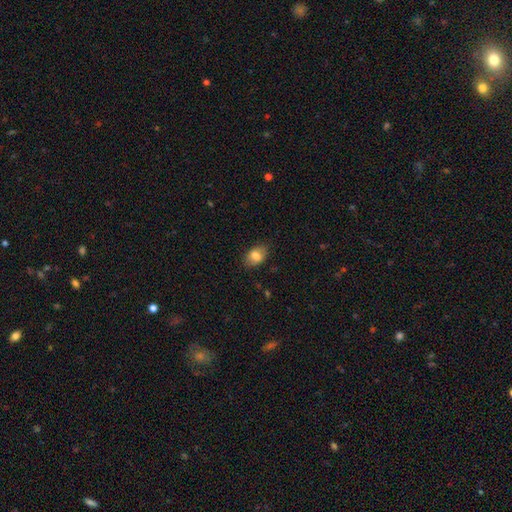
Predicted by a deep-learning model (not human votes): smooth-or-featured: smooth: 78% | featured or disk: 14% | star or artifact: 8%
  how-rounded: in between: 82% | round: 16% | cigar-shaped: 1%
  merging: none: 81% | minor disturbance: 15% | major disturbance: 4% | merger: 1%